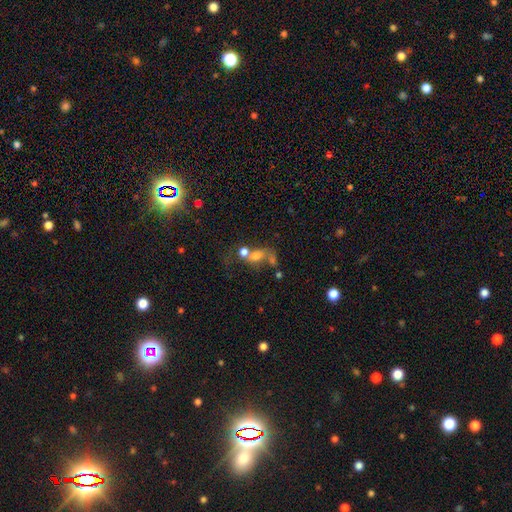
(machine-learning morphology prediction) Smooth or featured: smooth — 50% (featured or disk — 27%)
Merging: merger — 51% (none — 23%)